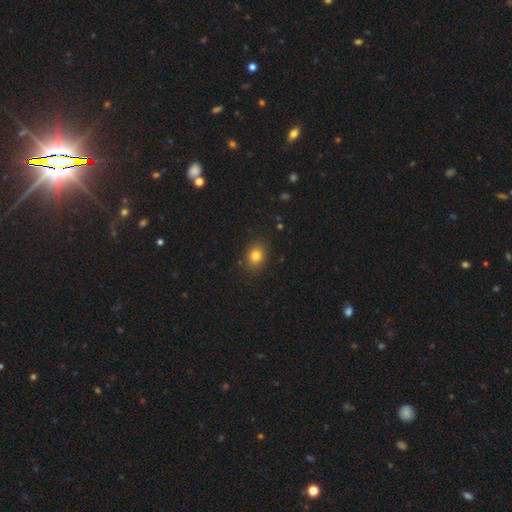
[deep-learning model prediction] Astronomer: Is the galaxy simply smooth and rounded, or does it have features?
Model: smooth — 81%.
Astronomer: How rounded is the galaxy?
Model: round — 50% (runner-up: in between, 49%).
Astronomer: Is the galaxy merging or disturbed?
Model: none — 88%.